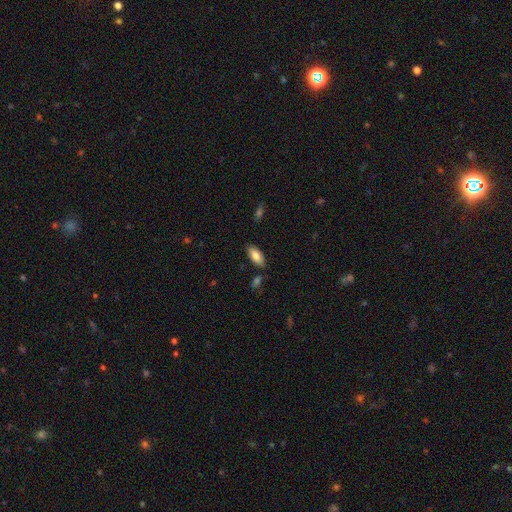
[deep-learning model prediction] This is clearly a smooth galaxy (83%). How rounded: clearly in between (89%). Merging: clearly none (84%).